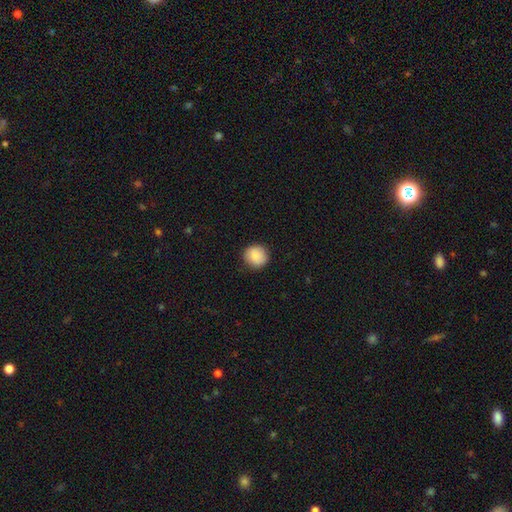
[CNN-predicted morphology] Smooth or featured: smooth — 87% (star or artifact — 7%)
How rounded: round — 91% (in between — 8%)
Merging: none — 88% (minor disturbance — 9%)